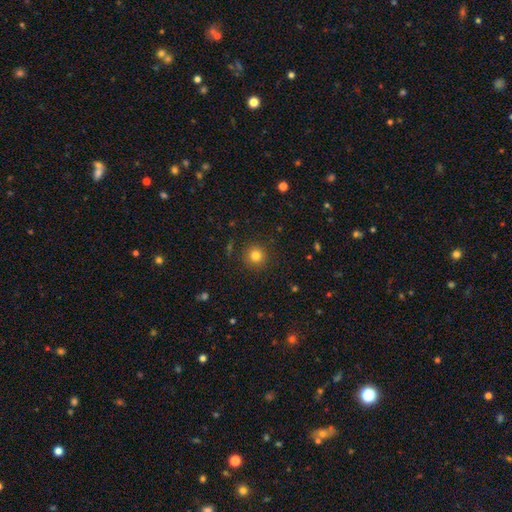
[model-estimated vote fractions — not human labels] Smooth or featured? smooth (81%)
How rounded? round (94%)
Merging? none (90%)